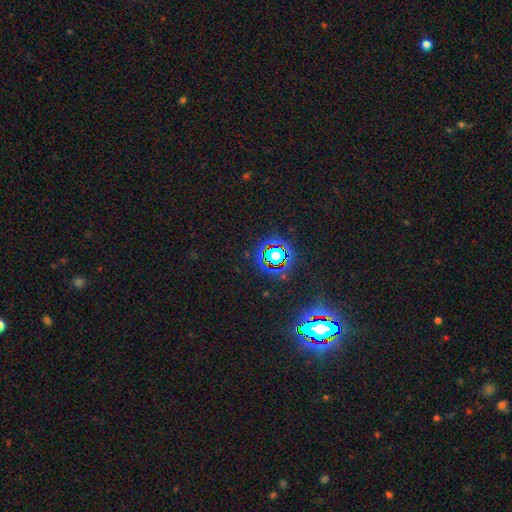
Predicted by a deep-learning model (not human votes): A star or artifact, not a galaxy (82%).

Vote fractions:
- Smooth or featured? star or artifact: 82% / smooth: 11% / featured or disk: 7%